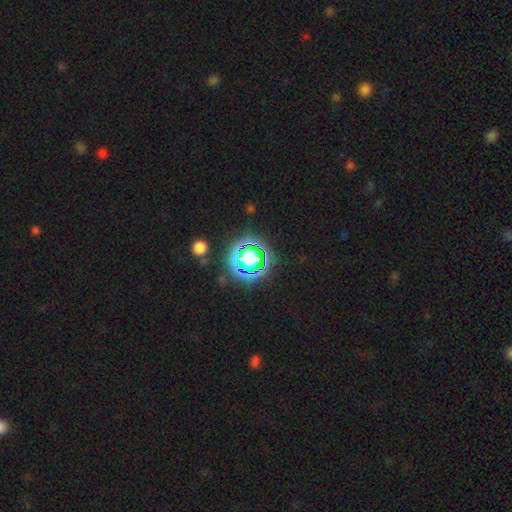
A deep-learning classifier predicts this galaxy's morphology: Smooth or featured?
  - star or artifact: 72% *
  - smooth: 20%
  - featured or disk: 8%